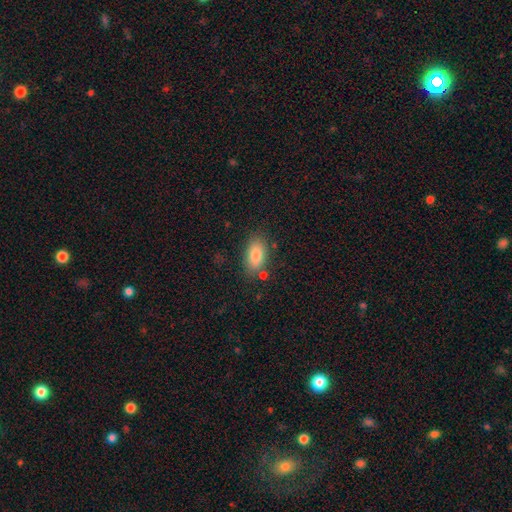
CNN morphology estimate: Smooth or featured: smooth — 84% (featured or disk — 8%)
How rounded: in between — 91% (round — 5%)
Merging: none — 77% (minor disturbance — 14%)